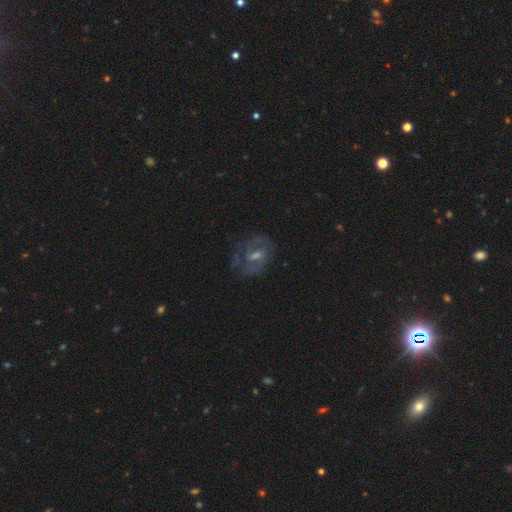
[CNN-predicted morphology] This is likely a featured or disk galaxy (66%). It is clearly not viewed edge-on (95%). Bar: possibly weak (48%). Spiral arm pattern: likely yes (69%). Central bulge: possibly moderate (46%). Merging: likely none (65%).